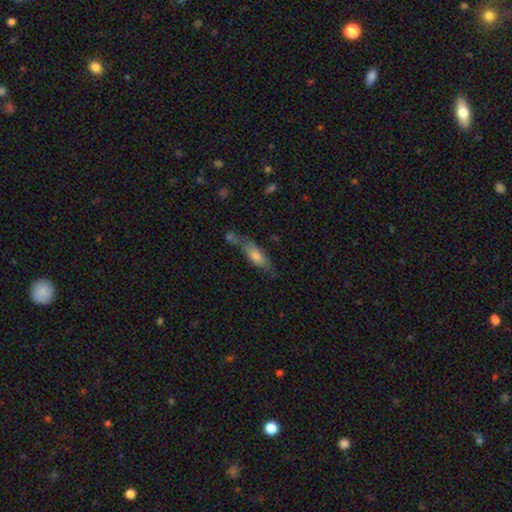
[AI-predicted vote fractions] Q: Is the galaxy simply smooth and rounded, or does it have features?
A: smooth — 62%.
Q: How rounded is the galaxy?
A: in between — 55%.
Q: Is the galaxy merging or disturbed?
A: none — 49%.